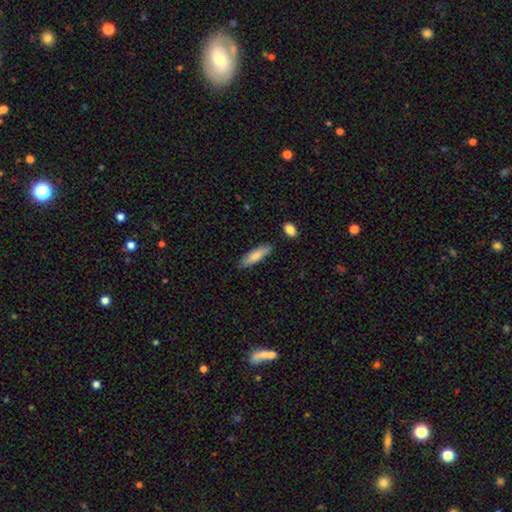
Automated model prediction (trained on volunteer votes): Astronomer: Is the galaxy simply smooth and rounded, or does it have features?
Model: smooth — 79%.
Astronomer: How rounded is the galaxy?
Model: cigar-shaped — 65%.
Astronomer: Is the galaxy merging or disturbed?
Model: none — 84%.